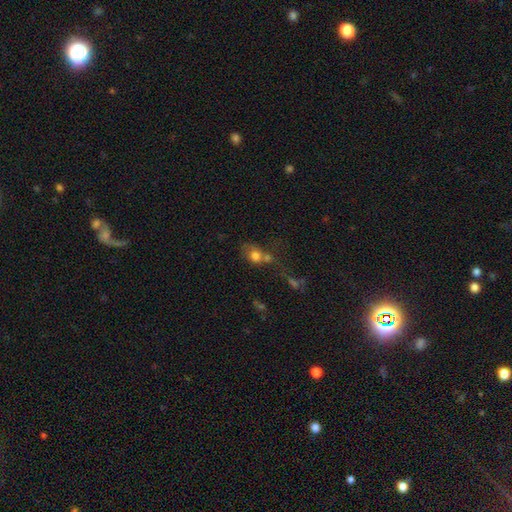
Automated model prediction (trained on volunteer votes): Overall: smooth (74%). How rounded: round (55%; in between 43%). Merging: merger (48%; none 29%).